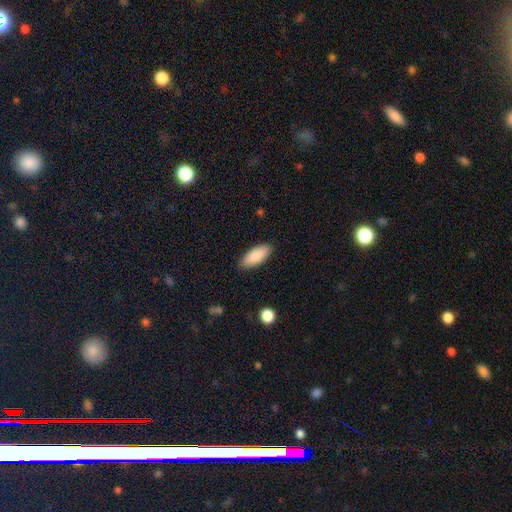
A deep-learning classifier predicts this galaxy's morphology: Q: Smooth or featured?
A: smooth (87%); runner-up: featured or disk (7%)
Q: How rounded?
A: in between (83%); runner-up: cigar-shaped (15%)
Q: Merging?
A: none (87%); runner-up: minor disturbance (9%)